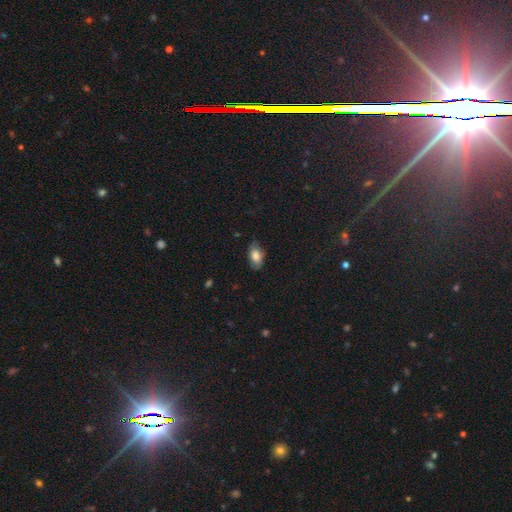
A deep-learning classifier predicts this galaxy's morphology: A smooth galaxy with no disk features (75%) that is in between round and cigar-shaped (92%). Merging: none (73%).